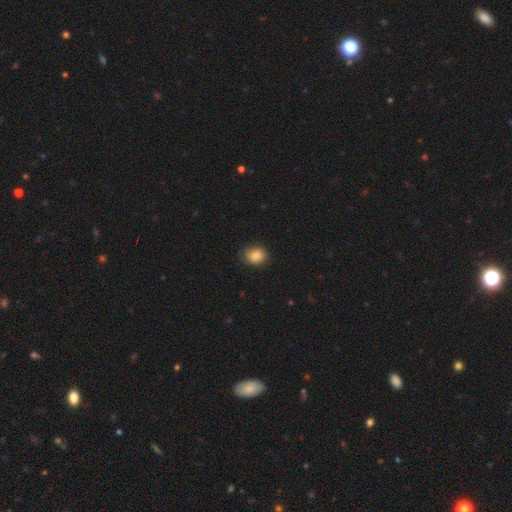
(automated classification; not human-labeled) This is clearly a smooth galaxy (87%). How rounded: possibly in between (53%). Merging: likely none (77%).